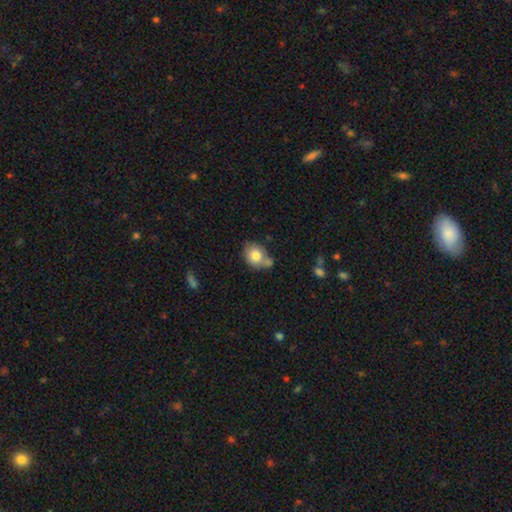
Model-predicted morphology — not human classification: A smooth galaxy with no disk features (79%) that is round (50%). Merging: none (51%).